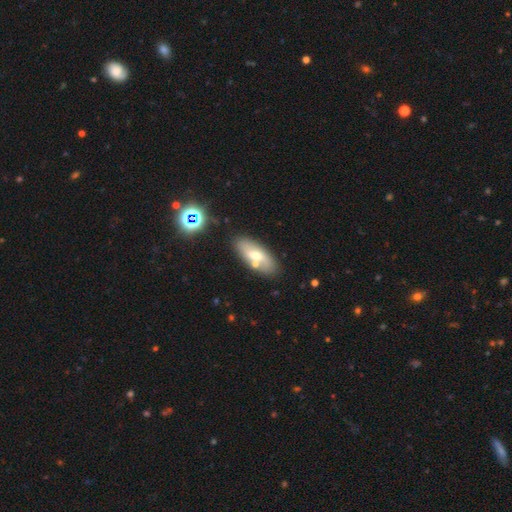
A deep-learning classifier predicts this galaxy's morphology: This appears to be a smooth galaxy with no disk features (53%) that is in between round and cigar-shaped (80%). Merging: none (74%).